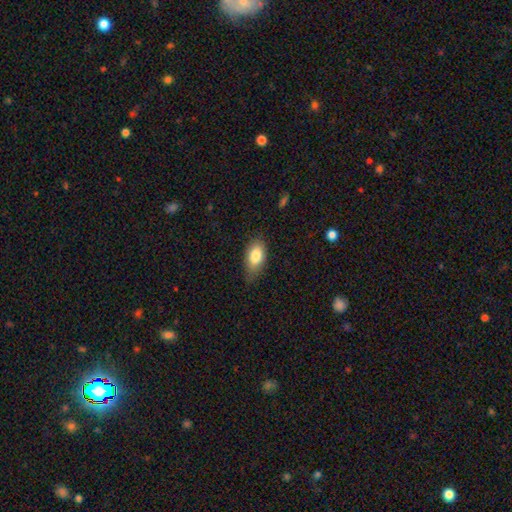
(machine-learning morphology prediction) Smooth or featured: smooth — 82% (featured or disk — 11%)
How rounded: in between — 90% (cigar-shaped — 6%)
Merging: none — 69% (minor disturbance — 25%)